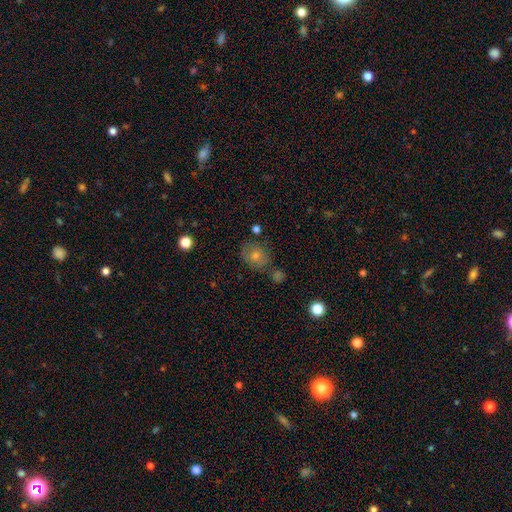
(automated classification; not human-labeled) Smooth or featured? Predicted: smooth (p=0.62). How rounded? Predicted: round (p=0.66). Merging? Predicted: none (p=0.71).